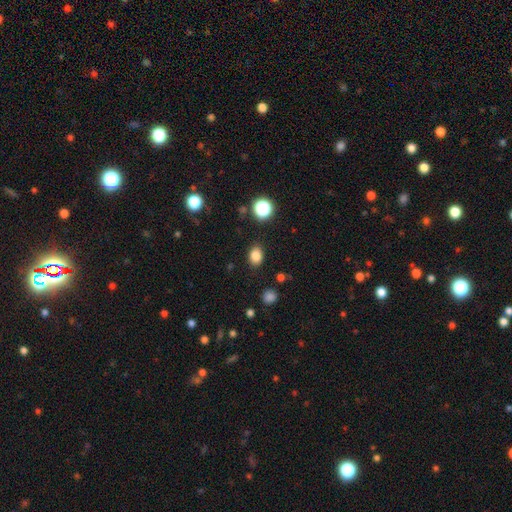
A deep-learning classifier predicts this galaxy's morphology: type=smooth (82%); roundness=in between (65%); merging=none (86%).